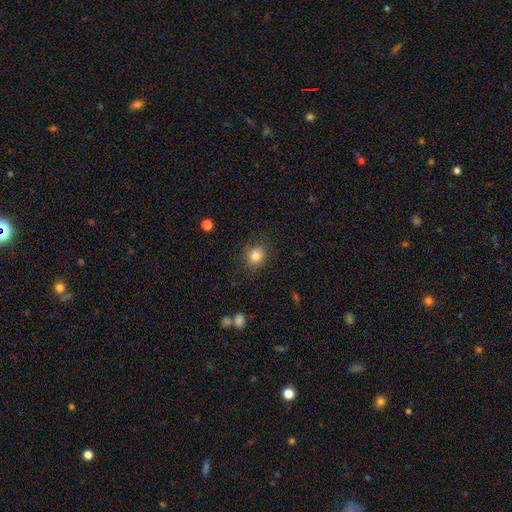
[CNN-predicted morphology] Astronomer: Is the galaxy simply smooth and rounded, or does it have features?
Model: smooth — 82%.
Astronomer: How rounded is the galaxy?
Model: round — 72%.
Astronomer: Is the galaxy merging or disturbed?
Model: none — 81%.